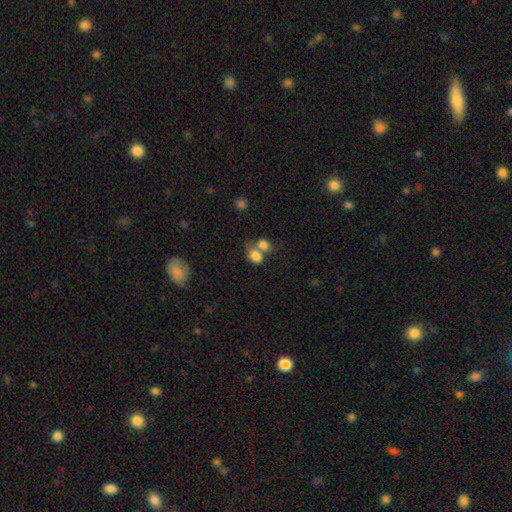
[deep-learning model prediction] This appears to be a smooth galaxy with no disk features (80%) that is in between round and cigar-shaped (60%). Merging: merger (57%).